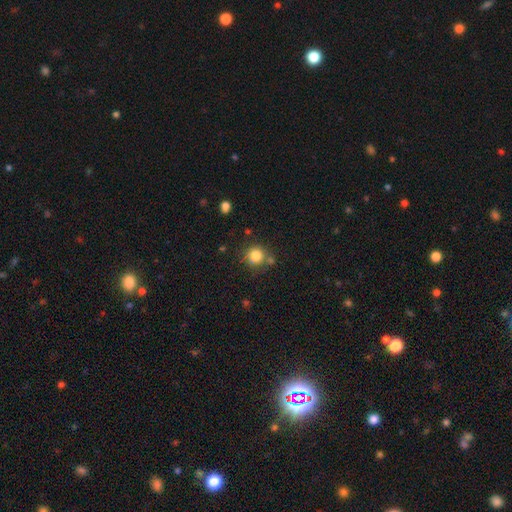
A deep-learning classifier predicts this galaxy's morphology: Overall: smooth (82%). How rounded: round (91%). Merging: none (72%).